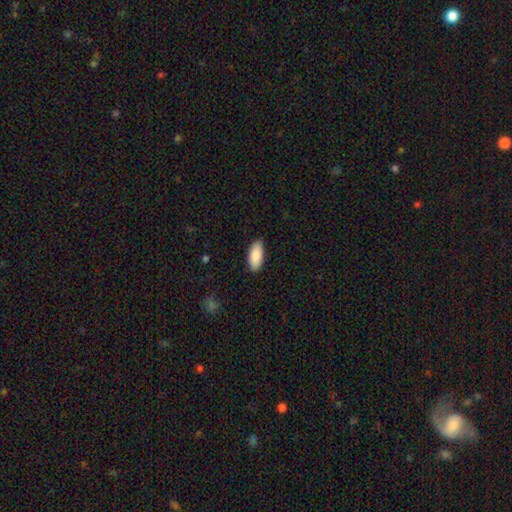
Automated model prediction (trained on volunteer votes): A smooth galaxy with no disk features (89%) that is in between round and cigar-shaped (89%). Merging: none (86%).